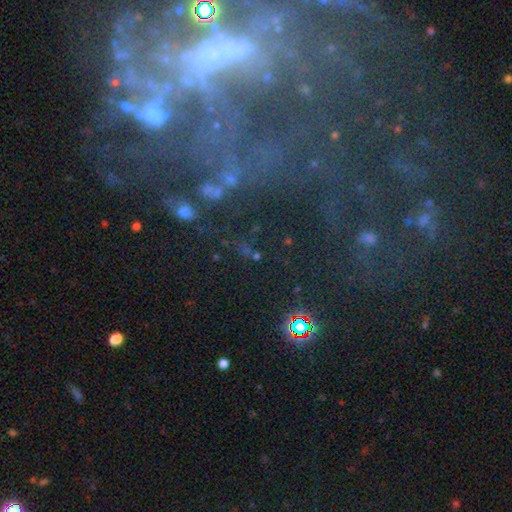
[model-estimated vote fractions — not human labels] star or artifact 53%, smooth 27%, featured or disk 20%.